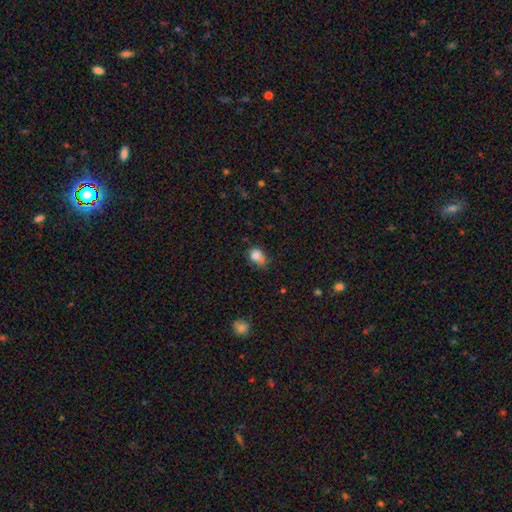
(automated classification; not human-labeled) A smooth galaxy with no disk features (77%) that is in between round and cigar-shaped (57%).

Vote fractions:
- Smooth or featured? smooth: 77% / star or artifact: 11% / featured or disk: 11%
- How rounded? in between: 57% / round: 41% / cigar-shaped: 2%
- Merging? none: 39% / minor disturbance: 31% / merger: 18% / major disturbance: 12%